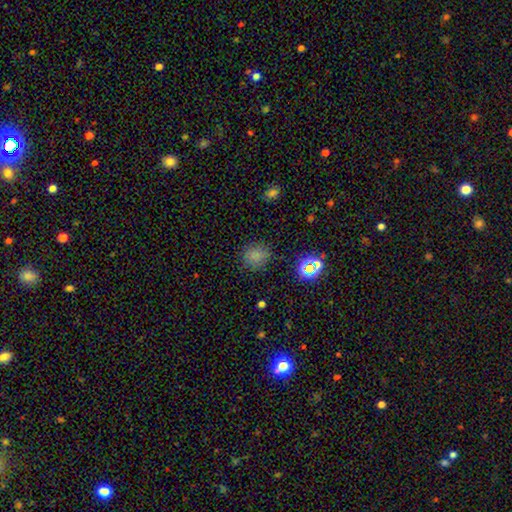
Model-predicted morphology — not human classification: A smooth galaxy with no disk features (73%) that is round (78%). Merging: none (80%).